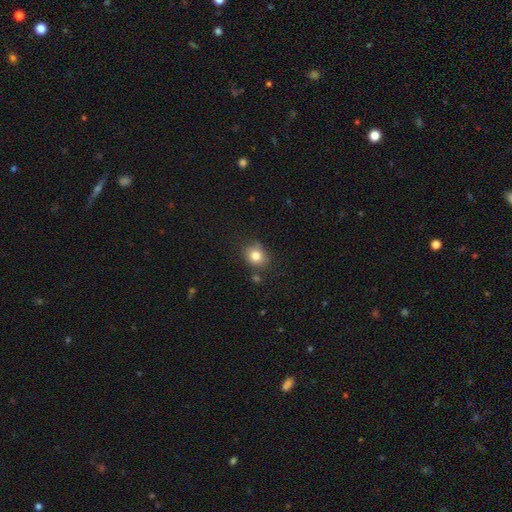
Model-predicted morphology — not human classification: Smooth or featured? smooth (82%)
How rounded? round (68%)
Merging? none (76%)